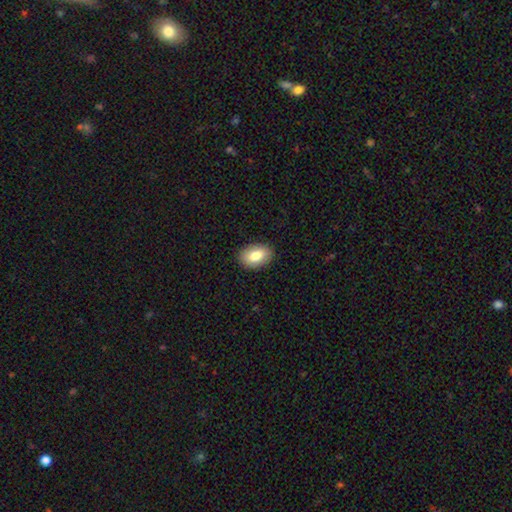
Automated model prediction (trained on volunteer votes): A smooth galaxy with no disk features (81%) that is in between round and cigar-shaped (87%).

Vote fractions:
- Smooth or featured? smooth: 81% / featured or disk: 12% / star or artifact: 7%
- How rounded? in between: 87% / round: 11% / cigar-shaped: 1%
- Merging? none: 89% / minor disturbance: 8% / major disturbance: 2% / merger: 1%